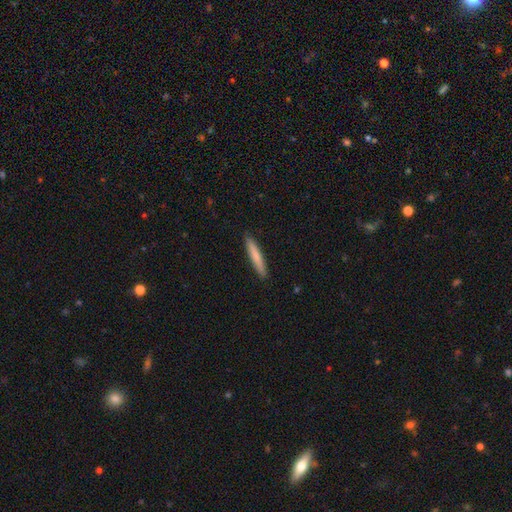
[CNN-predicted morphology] smooth-or-featured: smooth: 76% | featured or disk: 19% | star or artifact: 5%
  how-rounded: cigar-shaped: 94% | in between: 5% | round: 1%
  merging: none: 91% | minor disturbance: 6% | major disturbance: 1% | merger: 1%